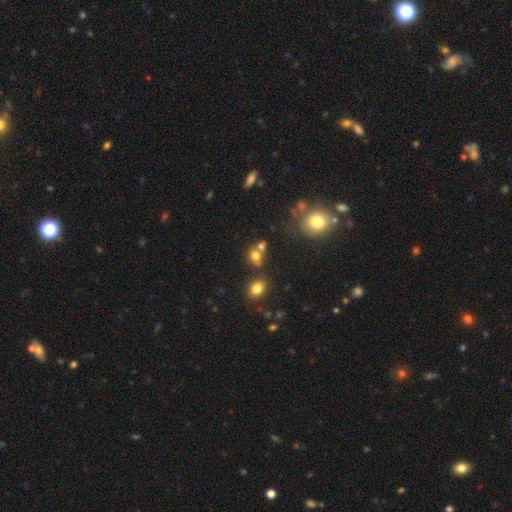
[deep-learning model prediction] Overall: smooth (73%). How rounded: round (66%; in between 33%). Merging: none (47%; merger 37%).